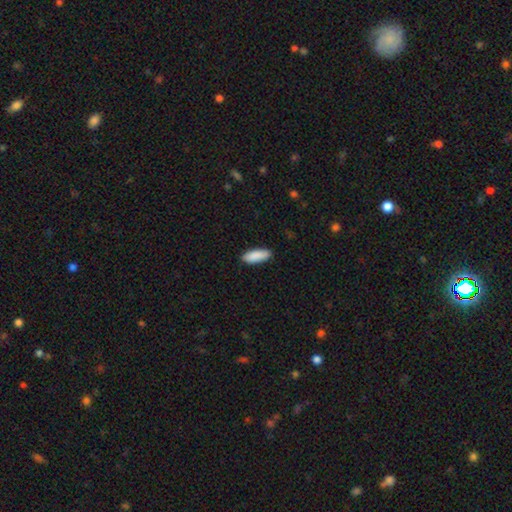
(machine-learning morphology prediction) smooth_or_featured: smooth (p=0.90) [alt: star or artifact p=0.06]
how_rounded: in between (p=0.69) [alt: cigar-shaped p=0.29]
merging: none (p=0.87) [alt: minor disturbance p=0.10]